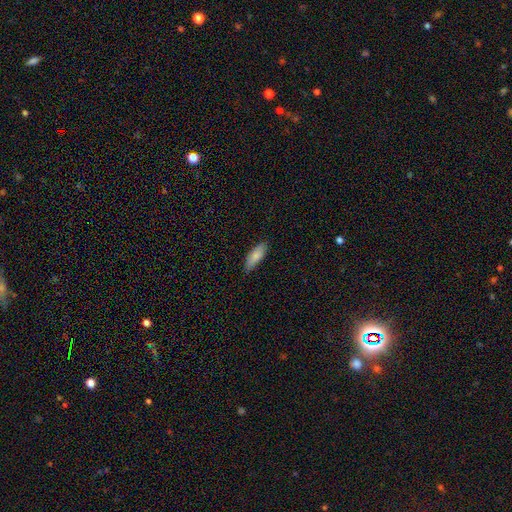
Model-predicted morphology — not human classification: smooth-or-featured: smooth: 81% | featured or disk: 13% | star or artifact: 6%
  how-rounded: in between: 64% | cigar-shaped: 35% | round: 2%
  merging: none: 83% | minor disturbance: 14% | major disturbance: 2% | merger: 1%